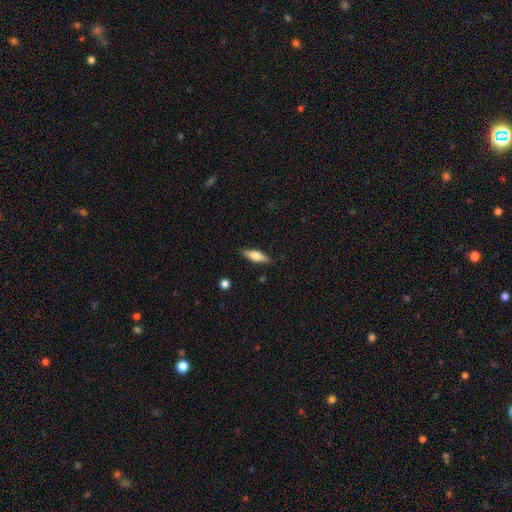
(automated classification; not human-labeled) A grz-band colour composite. It shows a smooth galaxy with no disk features (63%) that is in between round and cigar-shaped (50%). Merging: none (86%).